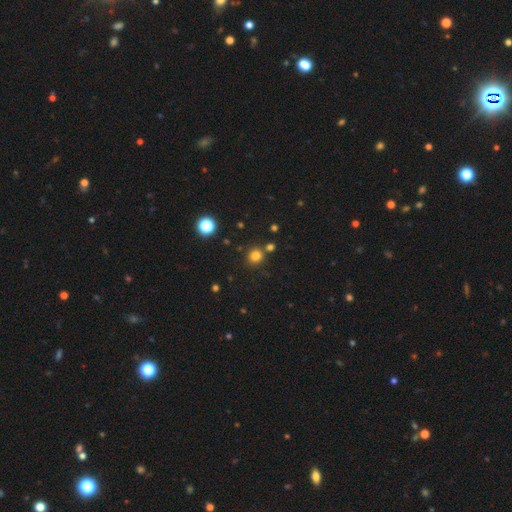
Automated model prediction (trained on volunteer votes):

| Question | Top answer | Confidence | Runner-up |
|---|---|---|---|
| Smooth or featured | smooth | 79% | star or artifact (16%) |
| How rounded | round | 90% | in between (9%) |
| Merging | none | 80% | merger (9%) |